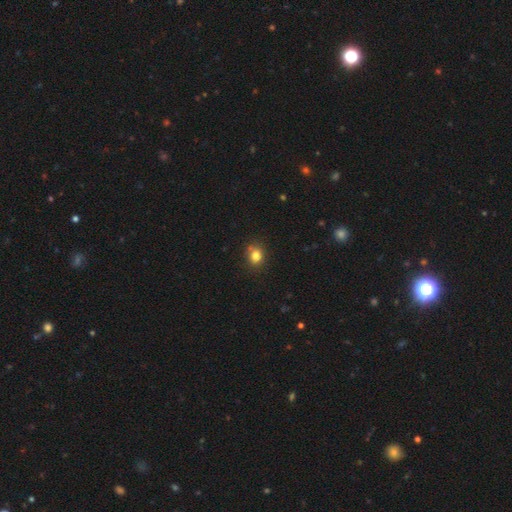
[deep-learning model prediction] Smooth or featured? Predicted: smooth (p=0.81). How rounded? Predicted: round (p=0.61). Merging? Predicted: none (p=0.78).